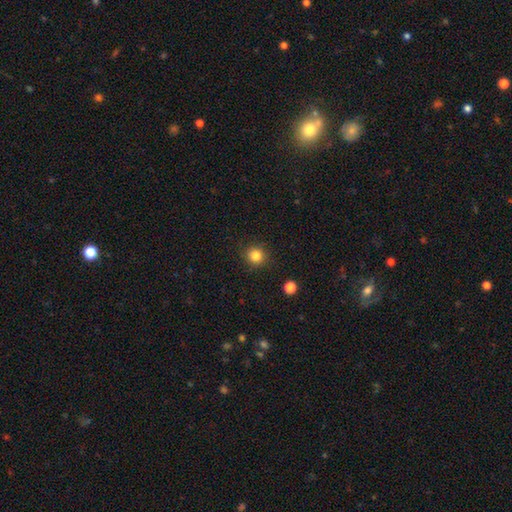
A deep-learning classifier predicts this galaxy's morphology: Smooth or featured: smooth — 83% (star or artifact — 12%)
How rounded: round — 92% (in between — 7%)
Merging: none — 90% (minor disturbance — 6%)